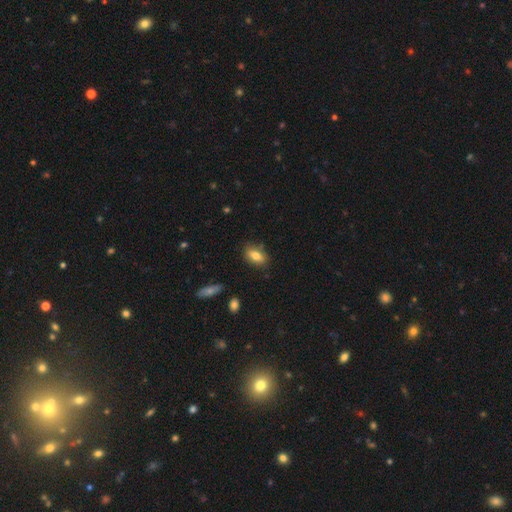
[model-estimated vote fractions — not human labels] Smooth or featured? smooth (78%)
How rounded? in between (87%)
Merging? none (81%)